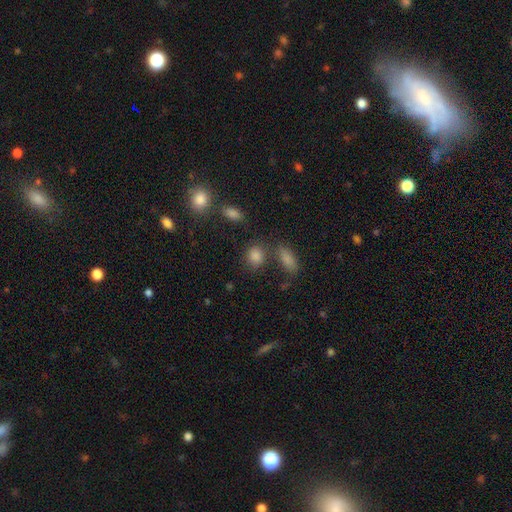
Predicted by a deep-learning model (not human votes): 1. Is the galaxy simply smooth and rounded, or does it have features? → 81% smooth, 13% star or artifact, 6% featured or disk.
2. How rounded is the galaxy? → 51% in between, 46% round, 3% cigar-shaped.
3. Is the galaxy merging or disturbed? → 68% none, 14% merger, 13% minor disturbance, 5% major disturbance.